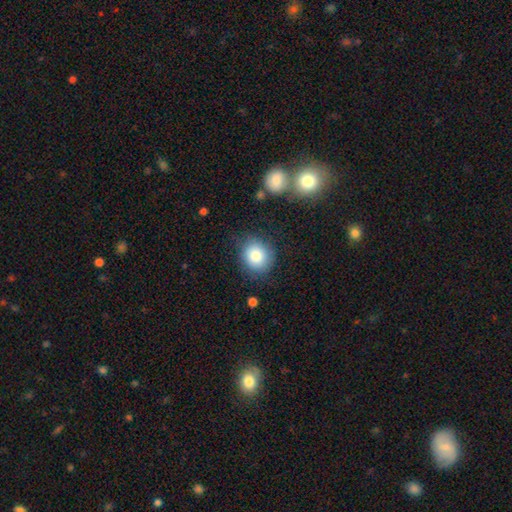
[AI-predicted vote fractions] Smooth or featured: smooth — 83% (star or artifact — 9%)
How rounded: round — 78% (in between — 21%)
Merging: none — 81% (minor disturbance — 13%)